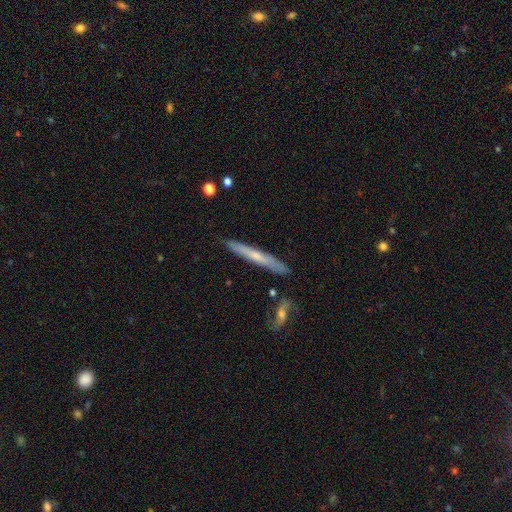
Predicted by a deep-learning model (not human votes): smooth-or-featured: featured or disk: 49% | smooth: 45% | star or artifact: 6%
  merging: none: 85% | minor disturbance: 10% | merger: 3% | major disturbance: 2%